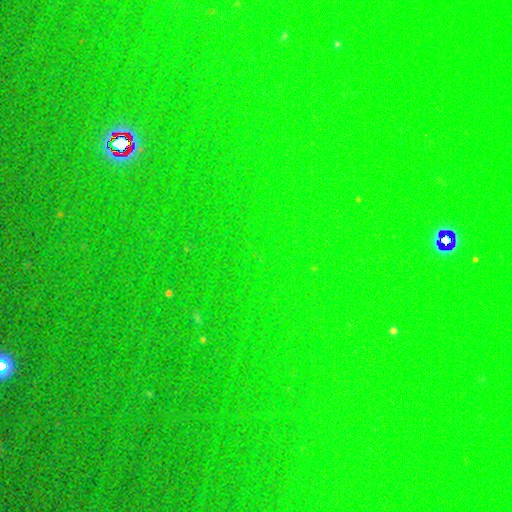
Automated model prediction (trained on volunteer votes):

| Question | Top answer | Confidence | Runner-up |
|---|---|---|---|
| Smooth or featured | star or artifact | 79% | smooth (13%) |